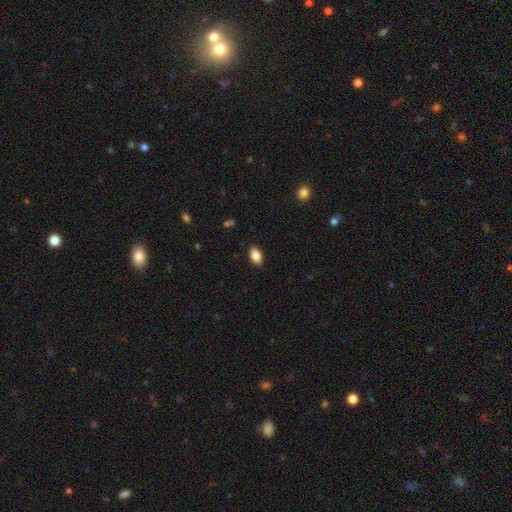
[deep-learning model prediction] Smooth or featured? Predicted: smooth (p=0.85). How rounded? Predicted: in between (p=0.90). Merging? Predicted: none (p=0.86).